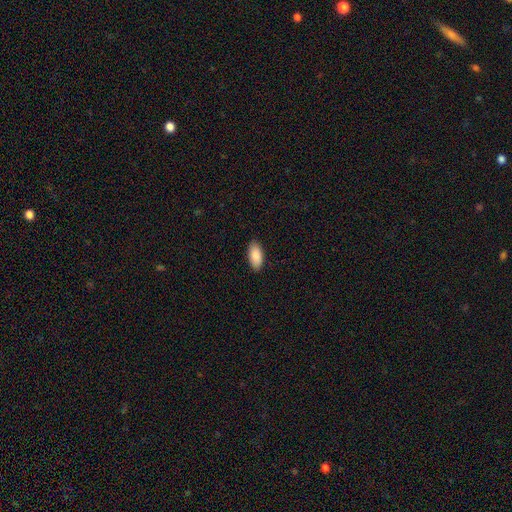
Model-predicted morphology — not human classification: Q: Smooth or featured?
A: smooth (89%); runner-up: star or artifact (6%)
Q: How rounded?
A: in between (92%); runner-up: cigar-shaped (6%)
Q: Merging?
A: none (88%); runner-up: minor disturbance (9%)